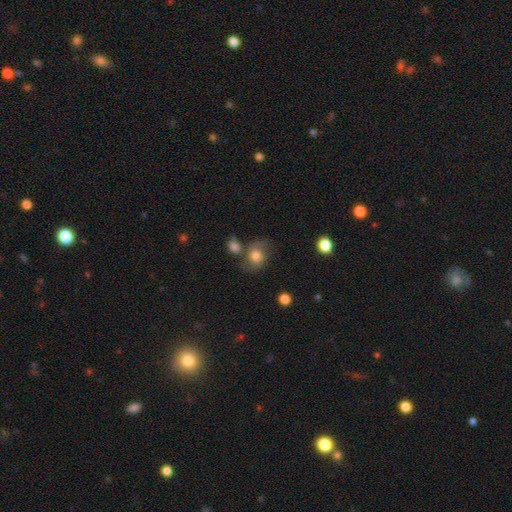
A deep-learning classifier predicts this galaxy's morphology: This is possibly a smooth galaxy (57%). How rounded: possibly round (60%). Merging: possibly none (55%).